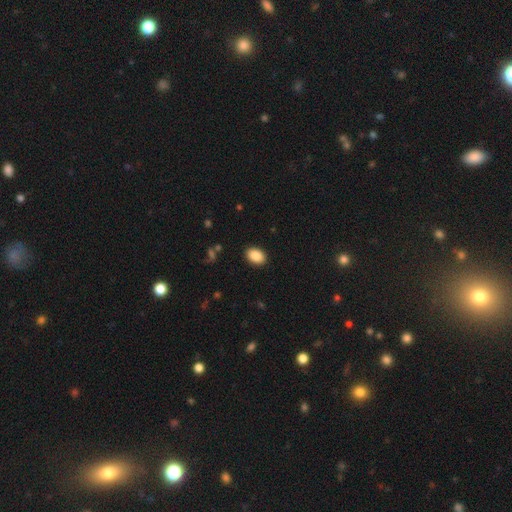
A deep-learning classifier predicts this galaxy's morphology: smooth 89%, star or artifact 7%, featured or disk 3%. Down the decision tree: how rounded — in between (86%); merging — none (90%).